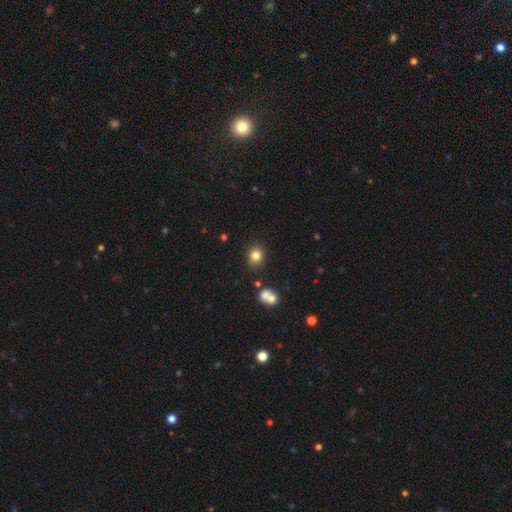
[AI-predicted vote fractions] Overall: smooth (81%). How rounded: round (78%). Merging: none (86%).